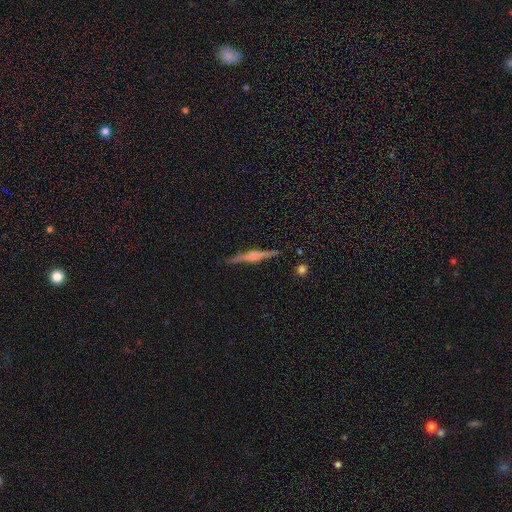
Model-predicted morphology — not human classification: type=featured or disk (81%); edge-on=yes (98%); edge-on bulge=rounded (87%); merging=none (91%).